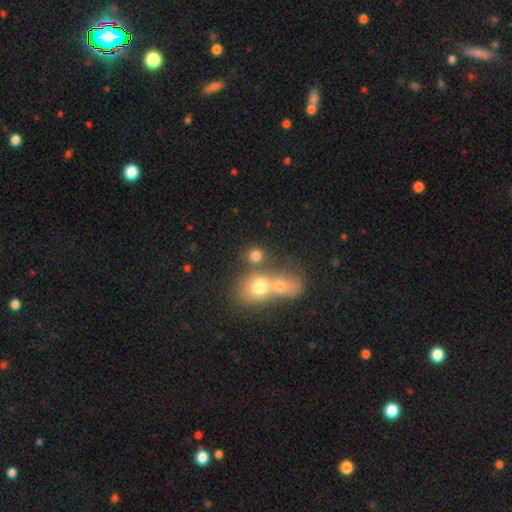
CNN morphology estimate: This appears to be a smooth galaxy with no disk features (74%) that is round (74%). Merging: merger (48%).